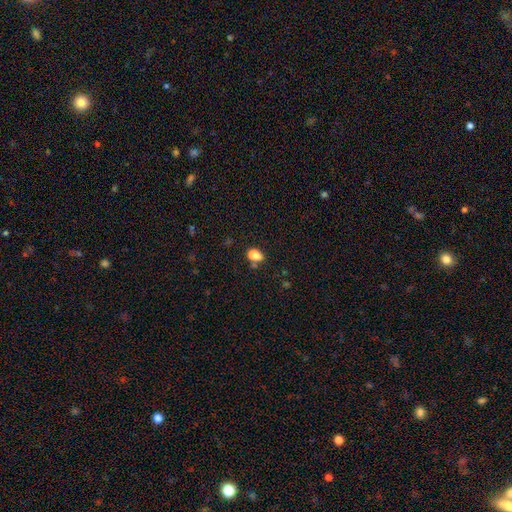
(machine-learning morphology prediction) Smooth or featured? Predicted: smooth (p=0.78). How rounded? Predicted: in between (p=0.76). Merging? Predicted: none (p=0.57).